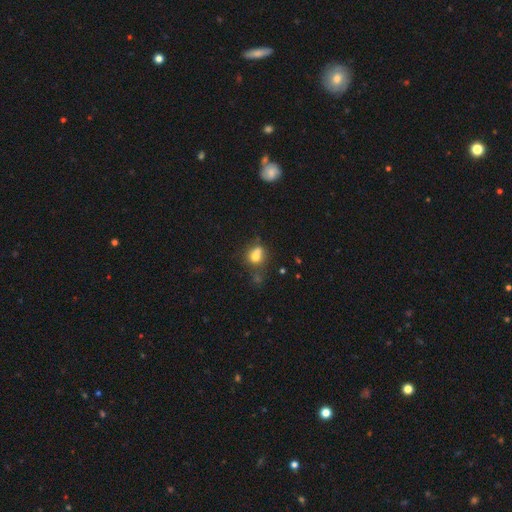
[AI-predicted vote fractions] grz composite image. It shows a smooth galaxy with no disk features (68%) that is round (62%). Merging: merger (50%).